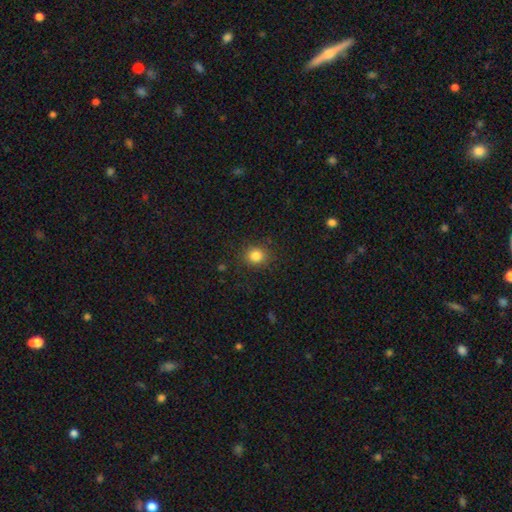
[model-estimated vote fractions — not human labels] Q: Smooth or featured?
A: smooth (83%); runner-up: star or artifact (12%)
Q: How rounded?
A: round (82%); runner-up: in between (17%)
Q: Merging?
A: none (88%); runner-up: minor disturbance (8%)